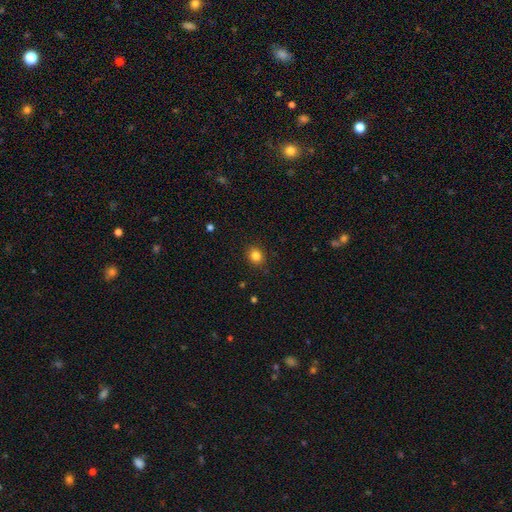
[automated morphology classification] smooth_or_featured: smooth (p=0.83) [alt: star or artifact p=0.11]
how_rounded: round (p=0.73) [alt: in between p=0.27]
merging: none (p=0.89) [alt: minor disturbance p=0.07]